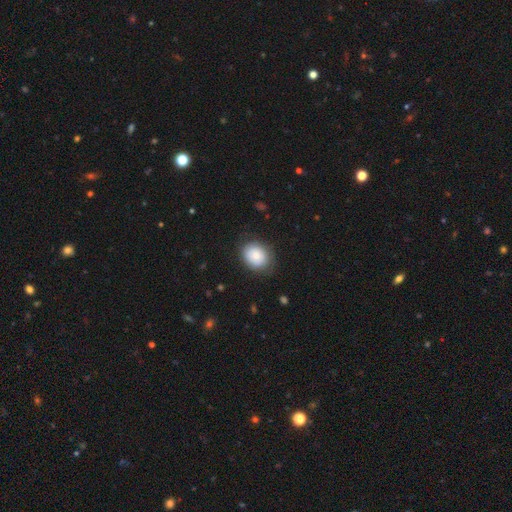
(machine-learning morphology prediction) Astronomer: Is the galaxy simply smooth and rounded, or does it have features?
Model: smooth — 79%.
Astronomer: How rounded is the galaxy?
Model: round — 56% (runner-up: in between, 44%).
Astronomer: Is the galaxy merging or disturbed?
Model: none — 77%.